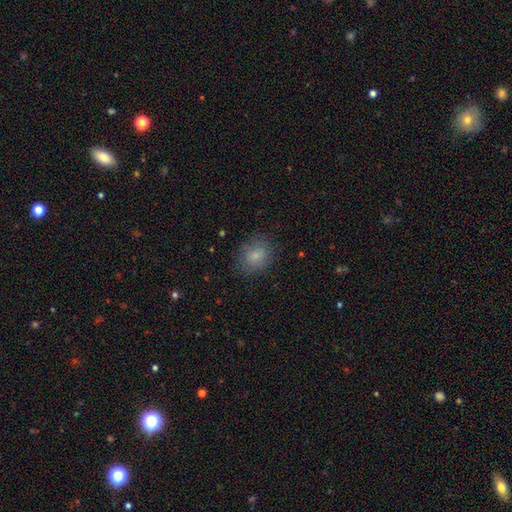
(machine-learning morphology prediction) Q: Smooth or featured?
A: smooth (80%); runner-up: featured or disk (11%)
Q: How rounded?
A: round (55%); runner-up: in between (44%)
Q: Merging?
A: none (78%); runner-up: minor disturbance (15%)